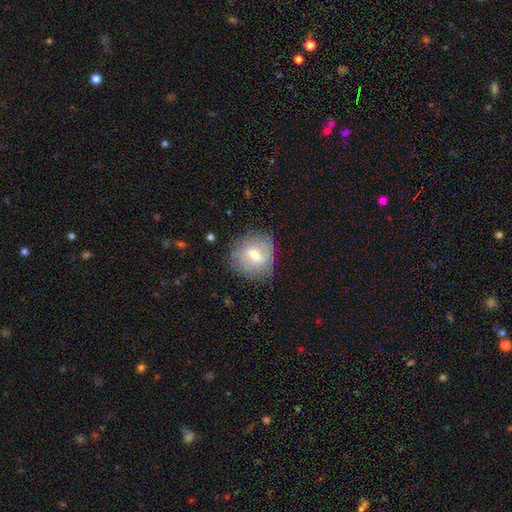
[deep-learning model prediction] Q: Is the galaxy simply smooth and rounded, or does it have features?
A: smooth — 54%.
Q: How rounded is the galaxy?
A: round — 80%.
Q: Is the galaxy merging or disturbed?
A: none — 78%.